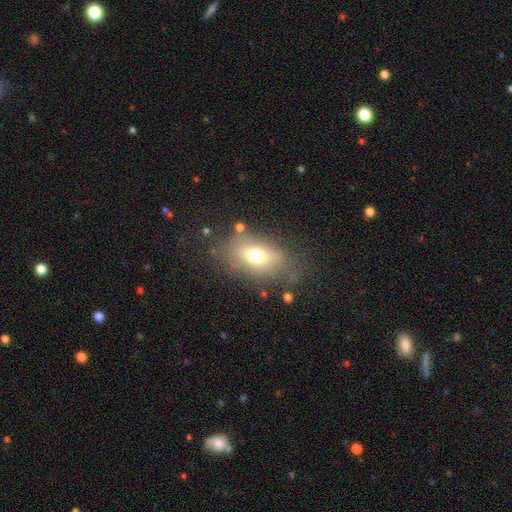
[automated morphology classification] smooth_or_featured: smooth (p=0.66) [alt: featured or disk p=0.21]
how_rounded: in between (p=0.78) [alt: round p=0.18]
merging: none (p=0.65) [alt: minor disturbance p=0.19]